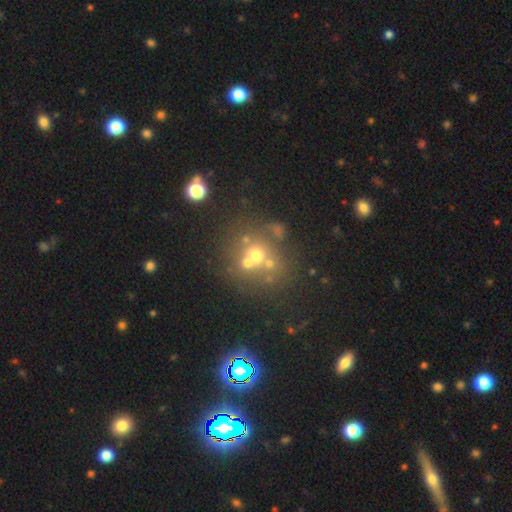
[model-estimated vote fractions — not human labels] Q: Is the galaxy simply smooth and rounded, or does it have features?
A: smooth — 52%.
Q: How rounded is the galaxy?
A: round — 83%.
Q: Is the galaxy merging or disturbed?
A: none — 51%.